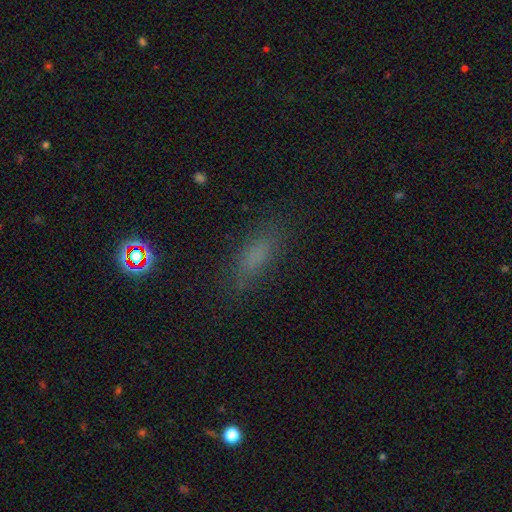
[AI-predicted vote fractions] Smooth or featured: smooth — 69% (star or artifact — 19%)
How rounded: in between — 61% (cigar-shaped — 34%)
Merging: none — 77% (minor disturbance — 15%)